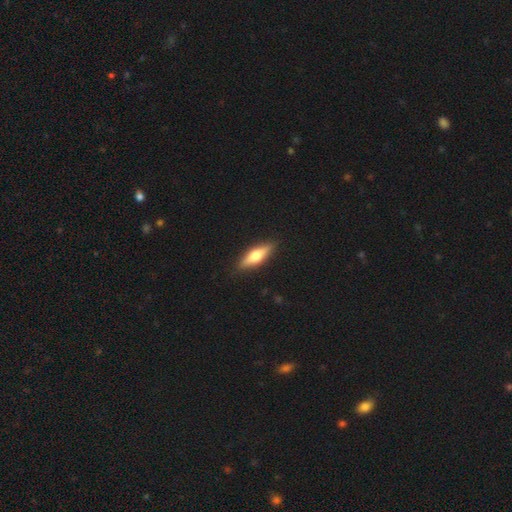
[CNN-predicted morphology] smooth-or-featured: smooth: 48% | featured or disk: 46% | star or artifact: 6%
  merging: none: 89% | minor disturbance: 8% | major disturbance: 2% | merger: 1%